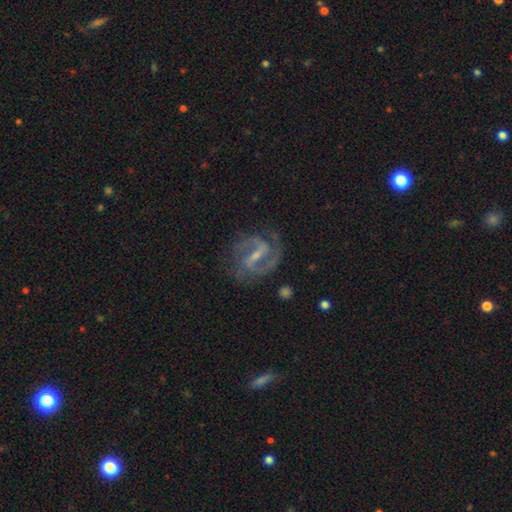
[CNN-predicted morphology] Overall: featured or disk (88%). Edge-on disk: no (97%). Bar: strong (45%; weak 43%). Spiral arms: yes (97%). Spiral arm count: 2 (78%). Spiral winding: medium (53%; tight 33%). Bulge size: small (61%; moderate 26%). Merging: none (77%).